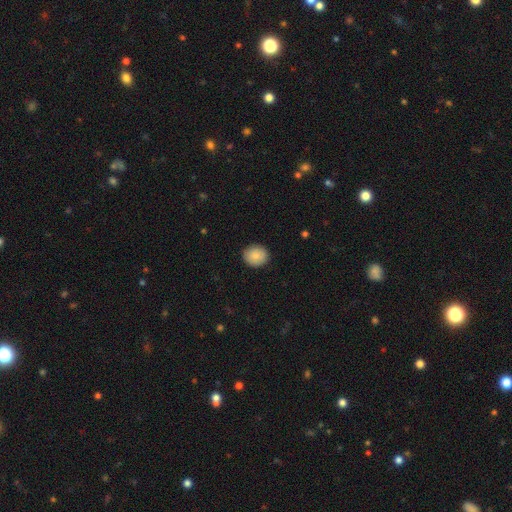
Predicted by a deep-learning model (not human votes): Smooth or featured?
  - smooth: 87% *
  - star or artifact: 7%
  - featured or disk: 6%
How rounded?
  - round: 78% *
  - in between: 22%
  - cigar-shaped: 1%
Merging?
  - none: 89% *
  - minor disturbance: 8%
  - major disturbance: 2%
  - merger: 1%